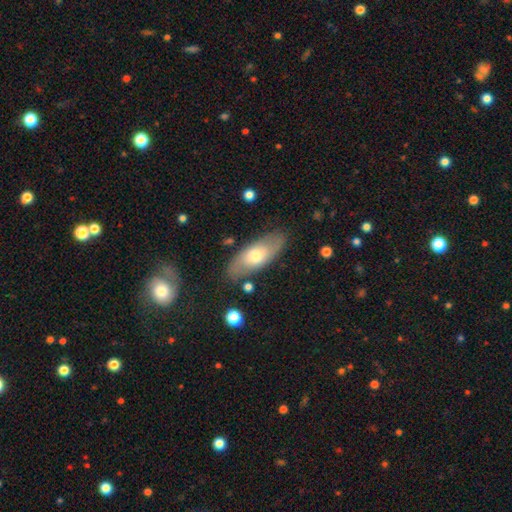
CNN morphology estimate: Smooth or featured? smooth (58%)
How rounded? in between (82%)
Merging? none (79%)